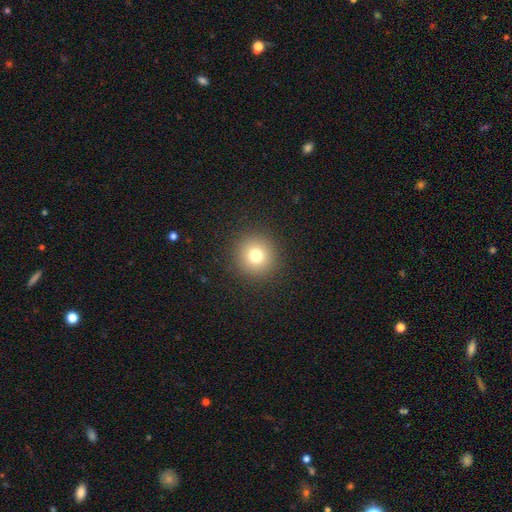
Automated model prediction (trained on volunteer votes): Smooth or featured?
  - smooth: 77% *
  - star or artifact: 14%
  - featured or disk: 9%
How rounded?
  - round: 94% *
  - in between: 5%
  - cigar-shaped: 1%
Merging?
  - none: 91% *
  - minor disturbance: 5%
  - major disturbance: 2%
  - merger: 1%